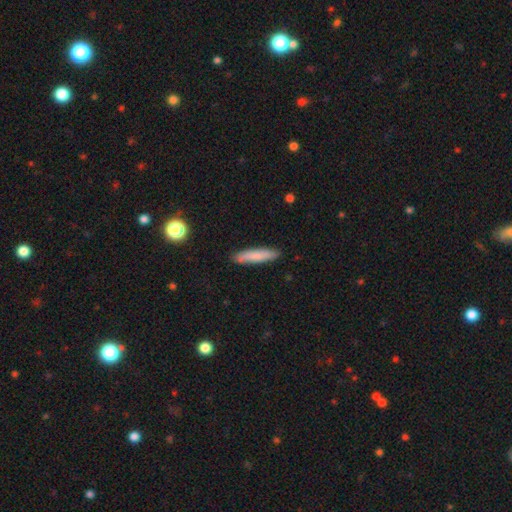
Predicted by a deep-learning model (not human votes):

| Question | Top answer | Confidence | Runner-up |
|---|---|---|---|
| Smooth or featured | smooth | 80% | featured or disk (14%) |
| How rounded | cigar-shaped | 87% | in between (11%) |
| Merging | none | 88% | minor disturbance (9%) |